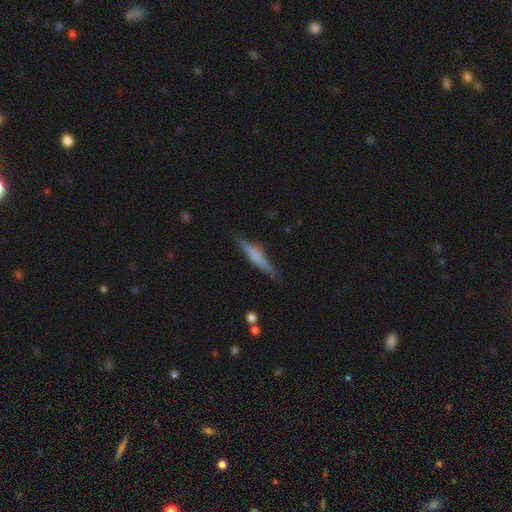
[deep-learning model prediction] A smooth galaxy with no disk features (49%). Merging: none (84%).